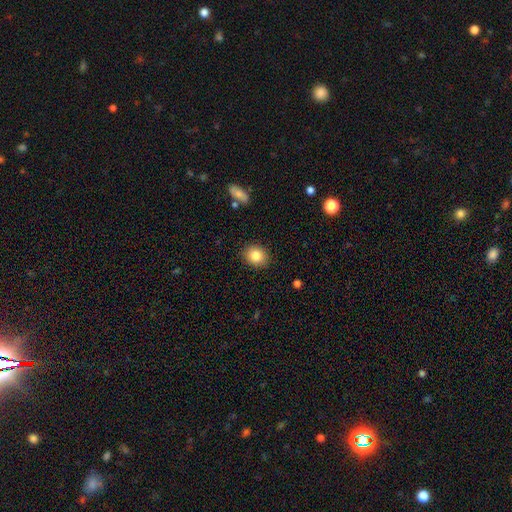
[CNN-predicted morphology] Smooth or featured: smooth — 84% (star or artifact — 9%)
How rounded: round — 62% (in between — 38%)
Merging: none — 89% (minor disturbance — 8%)